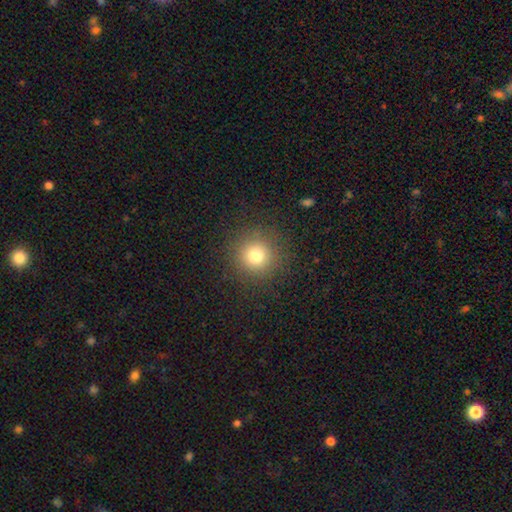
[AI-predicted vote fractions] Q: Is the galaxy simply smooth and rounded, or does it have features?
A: smooth — 77%.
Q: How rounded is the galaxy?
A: round — 94%.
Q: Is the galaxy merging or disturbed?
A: none — 89%.